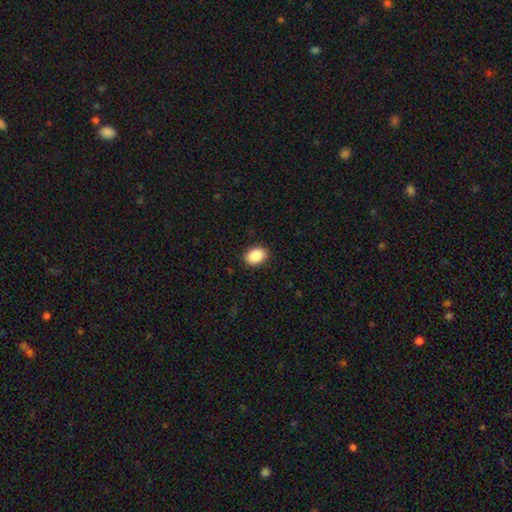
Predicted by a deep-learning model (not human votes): smooth-or-featured: smooth: 90% | star or artifact: 7% | featured or disk: 3%
  how-rounded: in between: 77% | round: 22% | cigar-shaped: 1%
  merging: none: 89% | minor disturbance: 8% | major disturbance: 2% | merger: 1%